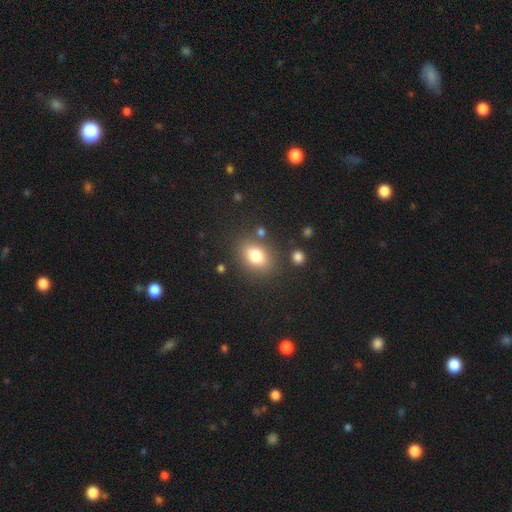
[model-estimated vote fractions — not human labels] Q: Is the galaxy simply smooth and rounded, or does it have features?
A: smooth — 79%.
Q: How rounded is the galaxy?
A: in between — 67%.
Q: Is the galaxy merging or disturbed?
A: none — 79%.